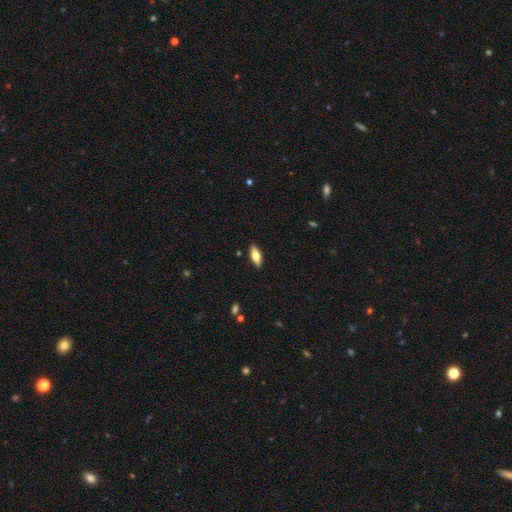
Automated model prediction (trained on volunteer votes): smooth_or_featured: smooth (p=0.63) [alt: featured or disk p=0.31]
how_rounded: in between (p=0.73) [alt: cigar-shaped p=0.24]
merging: none (p=0.89) [alt: minor disturbance p=0.08]